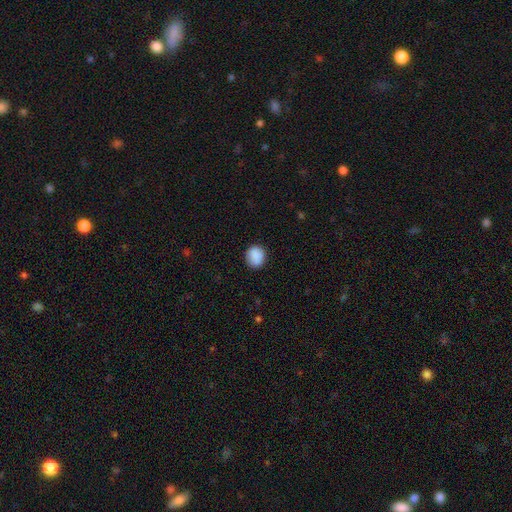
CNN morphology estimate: Overall: smooth (89%). How rounded: round (70%). Merging: none (86%).